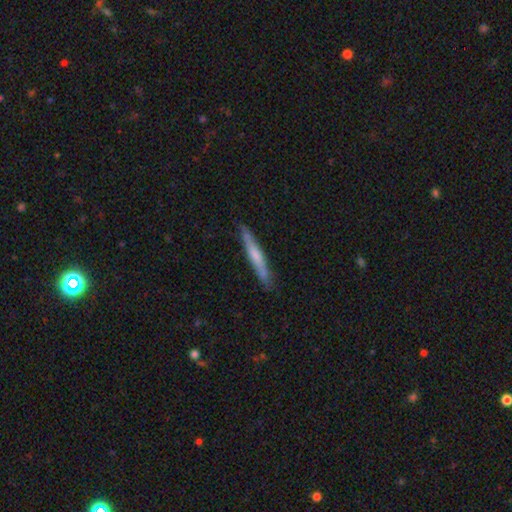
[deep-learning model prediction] Q: Smooth or featured?
A: smooth (54%); runner-up: featured or disk (41%)
Q: How rounded?
A: cigar-shaped (95%); runner-up: in between (3%)
Q: Merging?
A: none (85%); runner-up: minor disturbance (11%)